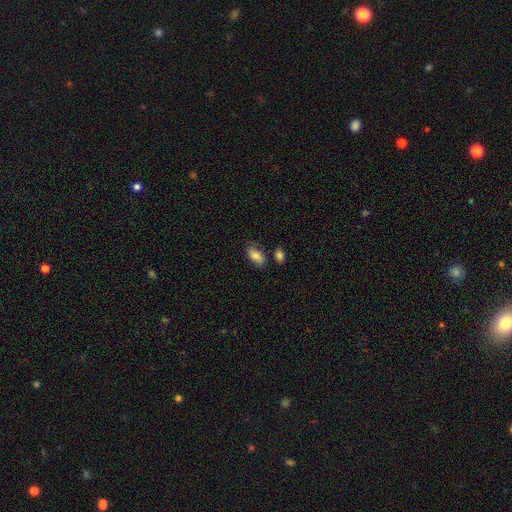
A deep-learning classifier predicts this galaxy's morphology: Smooth or featured: smooth — 81% (featured or disk — 12%)
How rounded: in between — 93% (round — 4%)
Merging: none — 71% (minor disturbance — 17%)